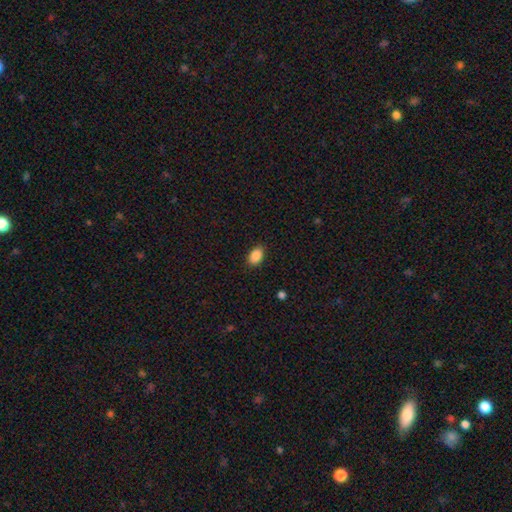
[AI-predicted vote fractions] The model was most divided on "merging": none: 88%, minor disturbance: 9%, major disturbance: 2%, merger: 1%. More confident: smooth or featured — smooth (89%); how rounded — in between (89%).